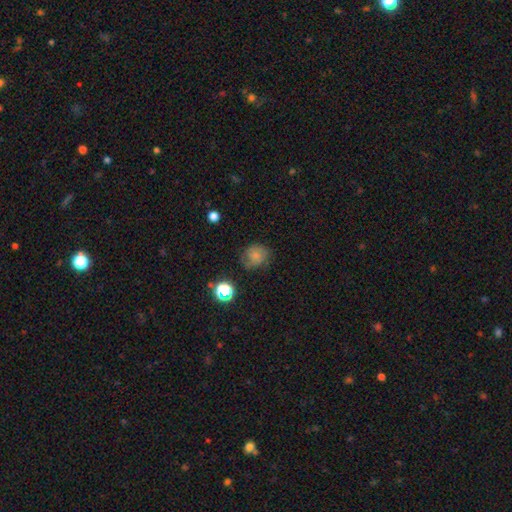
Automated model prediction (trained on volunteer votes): The model was most divided on "merging": none: 64%, minor disturbance: 24%, major disturbance: 9%, merger: 2%. More confident: how rounded — round (77%); smooth or featured — smooth (70%).